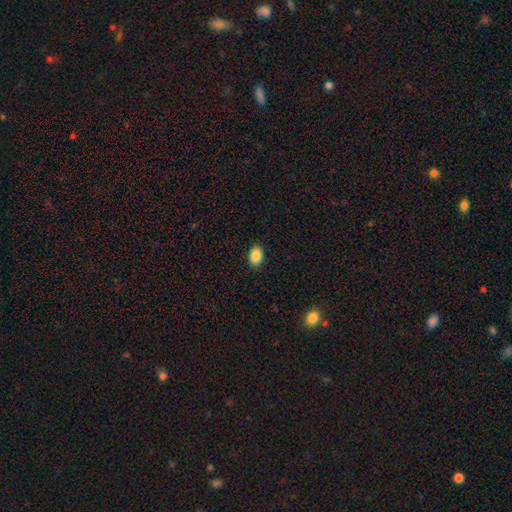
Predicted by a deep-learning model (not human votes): A smooth galaxy with no disk features (88%) that is in between round and cigar-shaped (83%).

Vote fractions:
- Smooth or featured? smooth: 88% / star or artifact: 8% / featured or disk: 4%
- How rounded? in between: 83% / round: 16% / cigar-shaped: 1%
- Merging? none: 89% / minor disturbance: 8% / major disturbance: 2% / merger: 1%